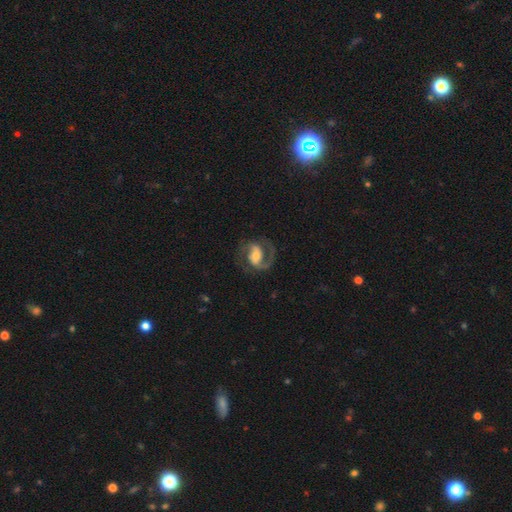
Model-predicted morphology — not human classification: Overall: featured or disk (86%). Edge-on disk: no (98%). Bar: weak (41%; strong 33%). Spiral arms: yes (96%). Spiral arm count: 2 (86%). Spiral winding: medium (59%; tight 23%). Bulge size: moderate (51%; small 32%). Merging: none (75%).